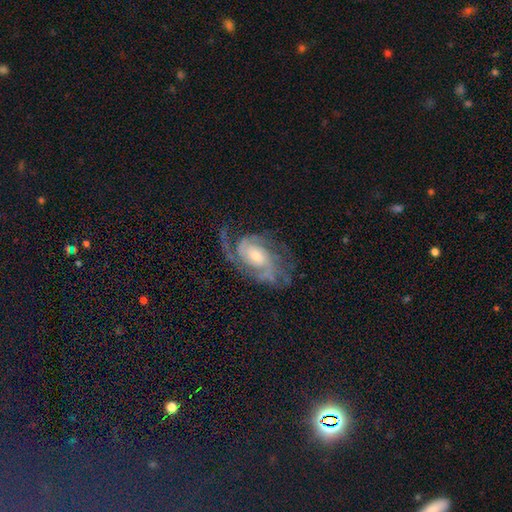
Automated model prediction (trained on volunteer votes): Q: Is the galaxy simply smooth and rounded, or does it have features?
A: featured or disk — 89%.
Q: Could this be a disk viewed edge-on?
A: no — 97%.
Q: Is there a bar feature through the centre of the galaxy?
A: no — 60%.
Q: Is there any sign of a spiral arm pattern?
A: yes — 97%.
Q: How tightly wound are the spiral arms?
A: tight — 48%.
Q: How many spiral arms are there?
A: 2 — 41%.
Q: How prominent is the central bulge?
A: moderate — 52%.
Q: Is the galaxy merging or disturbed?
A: none — 67%.